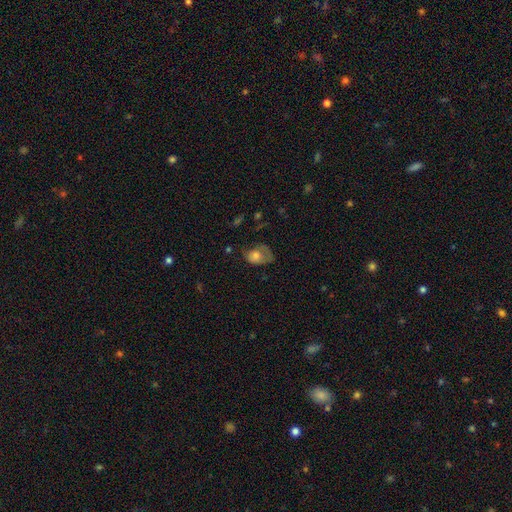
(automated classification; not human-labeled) Smooth or featured?
  - smooth: 65% *
  - featured or disk: 26%
  - star or artifact: 8%
How rounded?
  - in between: 71% *
  - round: 27%
  - cigar-shaped: 1%
Merging?
  - major disturbance: 34% *
  - none: 32%
  - minor disturbance: 32%
  - merger: 2%